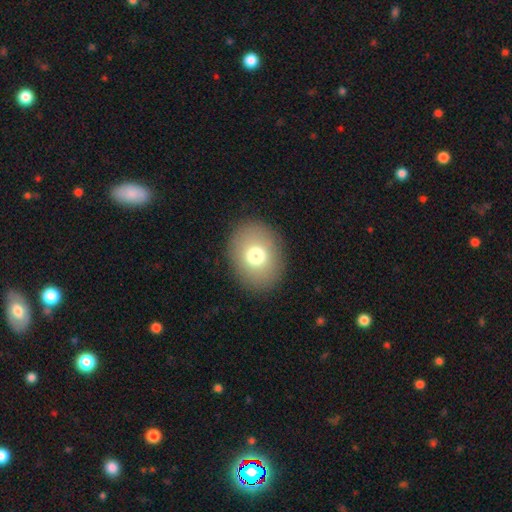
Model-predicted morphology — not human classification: Smooth or featured? smooth (74%)
How rounded? in between (53%)
Merging? none (89%)